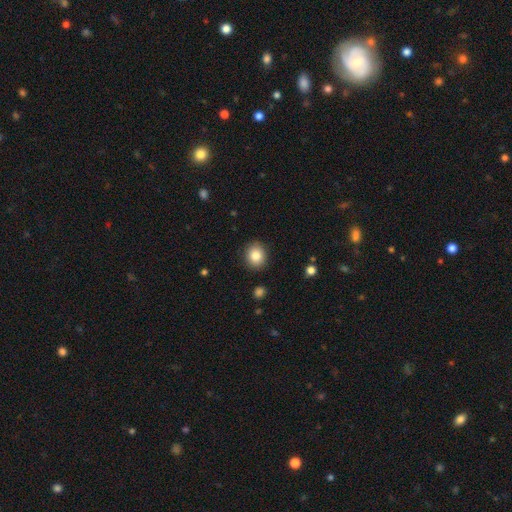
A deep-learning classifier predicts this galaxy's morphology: Smooth or featured? Predicted: smooth (p=0.85). How rounded? Predicted: round (p=0.72). Merging? Predicted: none (p=0.90).